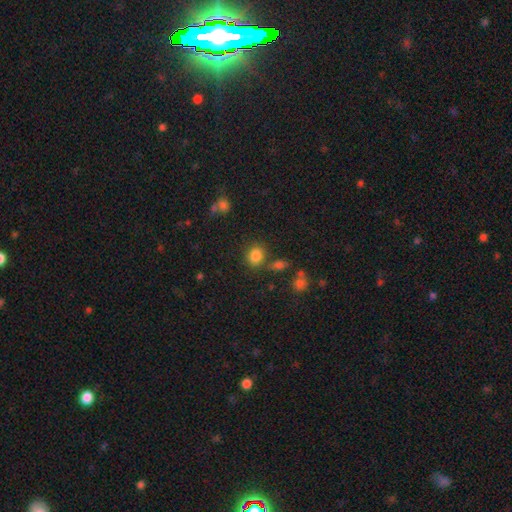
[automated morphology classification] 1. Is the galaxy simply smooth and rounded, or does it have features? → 82% smooth, 12% star or artifact, 6% featured or disk.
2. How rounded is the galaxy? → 62% round, 37% in between, 1% cigar-shaped.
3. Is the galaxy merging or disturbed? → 71% none, 13% minor disturbance, 12% merger, 5% major disturbance.